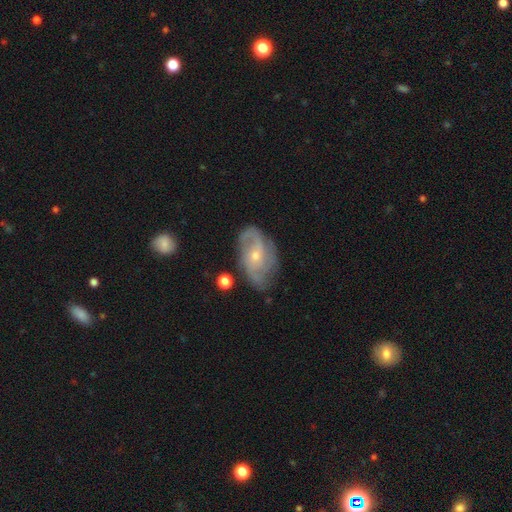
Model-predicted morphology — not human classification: Q: Smooth or featured?
A: featured or disk (78%); runner-up: smooth (15%)
Q: Edge-on disk?
A: no (96%); runner-up: yes (4%)
Q: Bar?
A: no (63%); runner-up: weak (31%)
Q: Spiral arms?
A: yes (91%); runner-up: no (9%)
Q: Spiral winding?
A: medium (45%); runner-up: tight (31%)
Q: Spiral arm count?
A: 2 (44%); runner-up: can't tell (25%)
Q: Bulge size?
A: small (66%); runner-up: moderate (31%)
Q: Merging?
A: none (65%); runner-up: minor disturbance (23%)